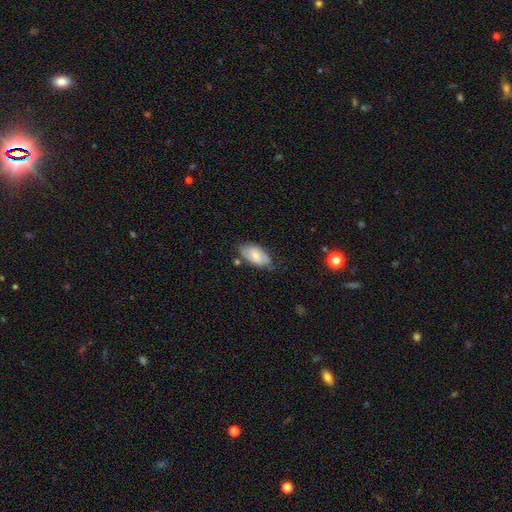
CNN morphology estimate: The model was most divided on "smooth or featured": smooth: 62%, featured or disk: 32%, star or artifact: 7%. More confident: how rounded — in between (93%); merging — none (65%).